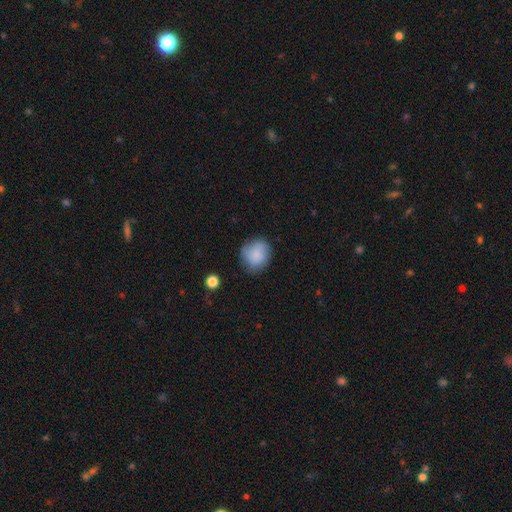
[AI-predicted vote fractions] A smooth galaxy with no disk features (81%) that is round (75%). Merging: none (73%).